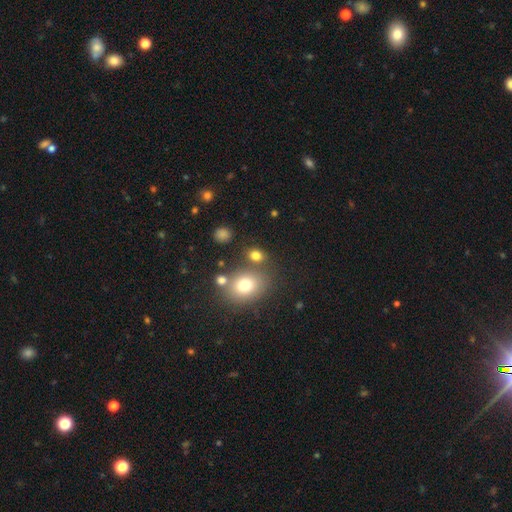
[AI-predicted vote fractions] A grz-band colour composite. It shows a smooth galaxy with no disk features (75%) that is in between round and cigar-shaped (54%). Merging: none (69%).